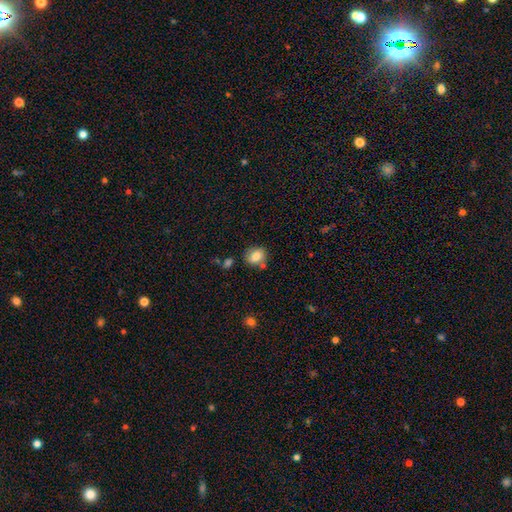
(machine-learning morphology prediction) smooth_or_featured: smooth (p=0.79) [alt: featured or disk p=0.11]
how_rounded: round (p=0.54) [alt: in between p=0.45]
merging: none (p=0.72) [alt: minor disturbance p=0.15]